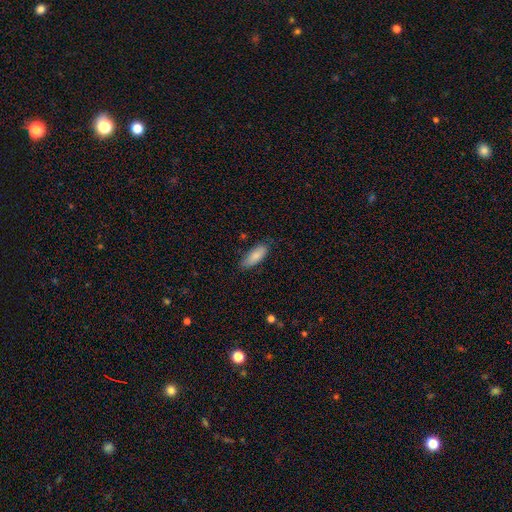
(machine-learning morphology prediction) Smooth or featured? Predicted: smooth (p=0.83). How rounded? Predicted: in between (p=0.74). Merging? Predicted: none (p=0.76).